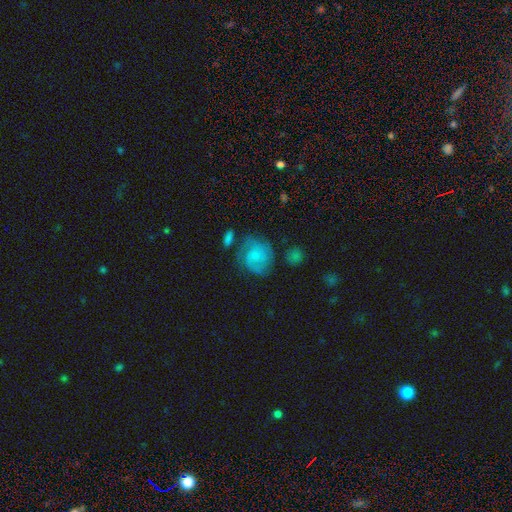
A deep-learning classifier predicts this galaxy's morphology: Smooth or featured: featured or disk — 53% (smooth — 39%)
Edge-on disk: no — 97% (yes — 3%)
Bar: no — 69% (weak — 27%)
Spiral arms: yes — 86% (no — 14%)
Bulge size: small — 48% (moderate — 25%)
Merging: none — 59% (minor disturbance — 22%)